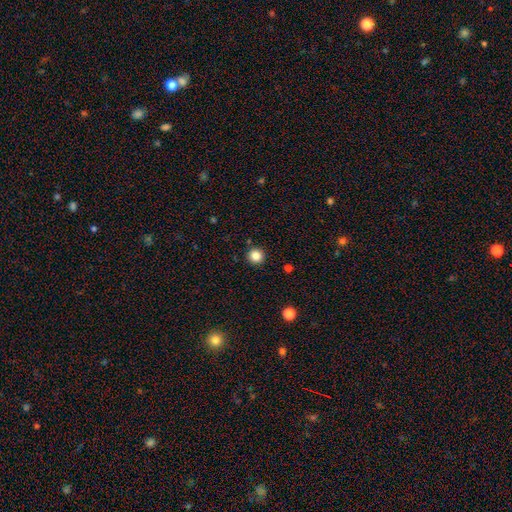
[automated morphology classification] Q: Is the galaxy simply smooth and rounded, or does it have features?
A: smooth — 84%.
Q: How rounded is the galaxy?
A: round — 95%.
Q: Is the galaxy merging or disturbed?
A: none — 92%.